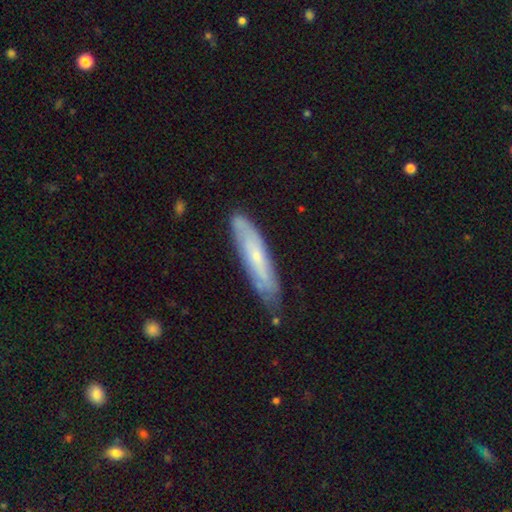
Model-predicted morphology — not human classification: type=featured or disk (52%); edge-on=no (53%); merging=none (74%).